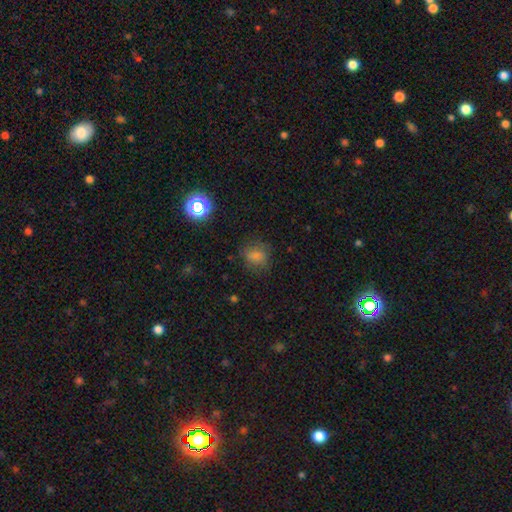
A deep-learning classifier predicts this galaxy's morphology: This is likely a smooth galaxy (69%). How rounded: likely round (63%). Merging: likely none (76%).